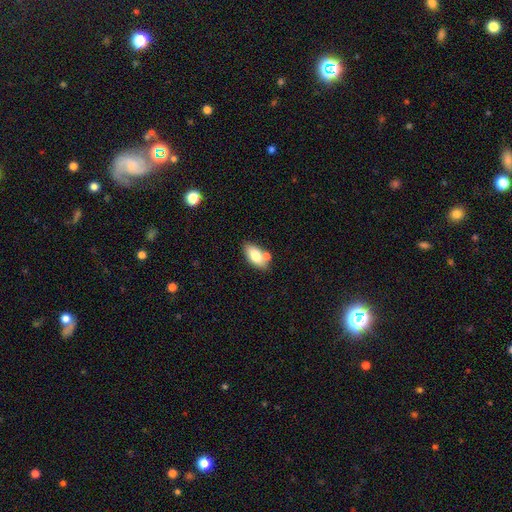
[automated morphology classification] Smooth or featured: smooth — 75% (featured or disk — 18%)
How rounded: in between — 88% (cigar-shaped — 8%)
Merging: none — 63% (merger — 19%)